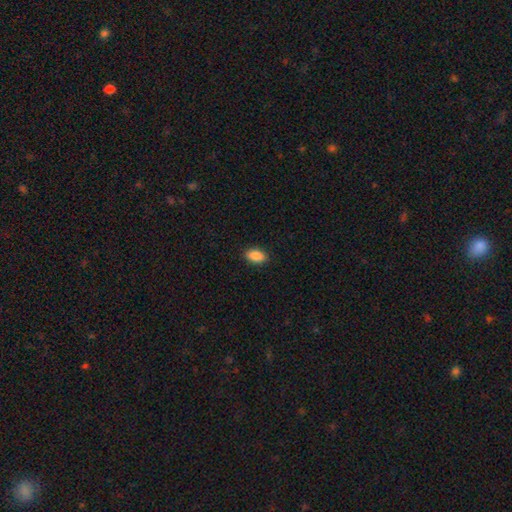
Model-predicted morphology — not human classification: This appears to be a smooth galaxy with no disk features (89%) that is in between round and cigar-shaped (91%). Merging: none (89%).